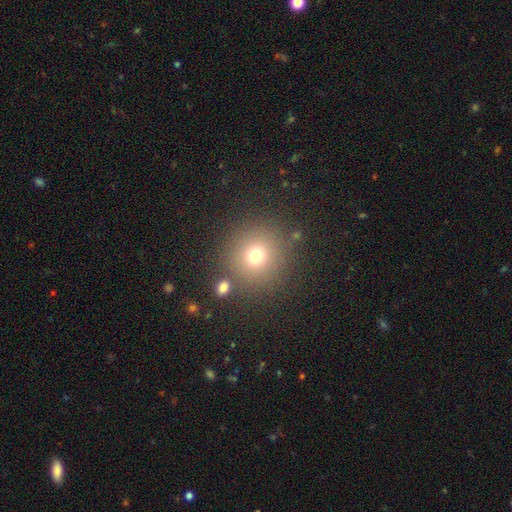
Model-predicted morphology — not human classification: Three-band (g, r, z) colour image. It shows a smooth galaxy with no disk features (73%) that is round (92%). Merging: none (82%).